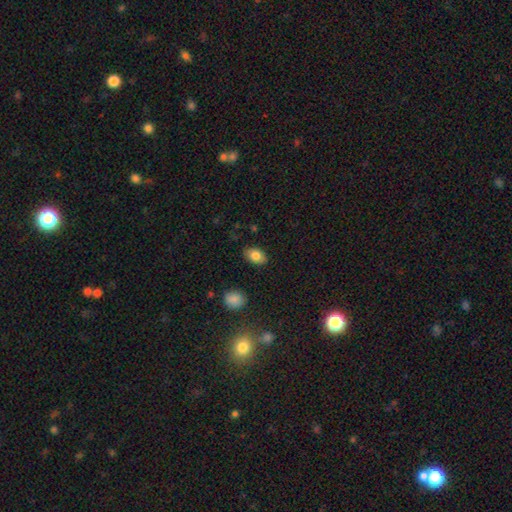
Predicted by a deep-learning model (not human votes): Q: Smooth or featured?
A: smooth (82%); runner-up: featured or disk (10%)
Q: How rounded?
A: in between (87%); runner-up: round (11%)
Q: Merging?
A: none (87%); runner-up: minor disturbance (10%)